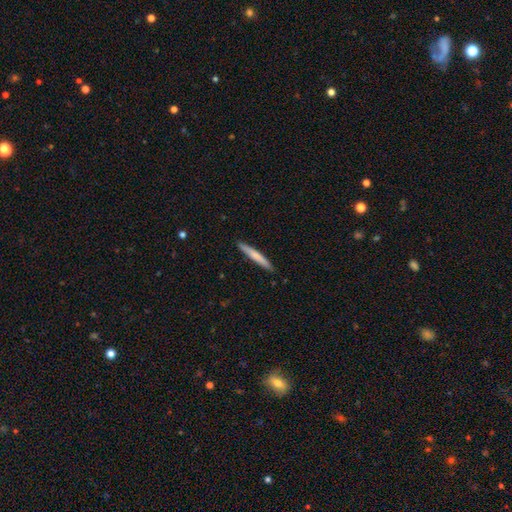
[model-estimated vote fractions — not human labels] Overall: smooth (70%). How rounded: cigar-shaped (96%). Merging: none (91%).